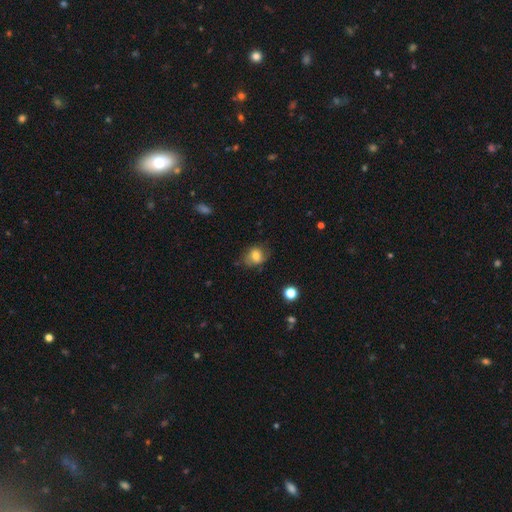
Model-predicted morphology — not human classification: The model was most divided on "how rounded": in between: 51%, round: 48%, cigar-shaped: 1%. More confident: smooth or featured — smooth (68%); merging — none (64%).